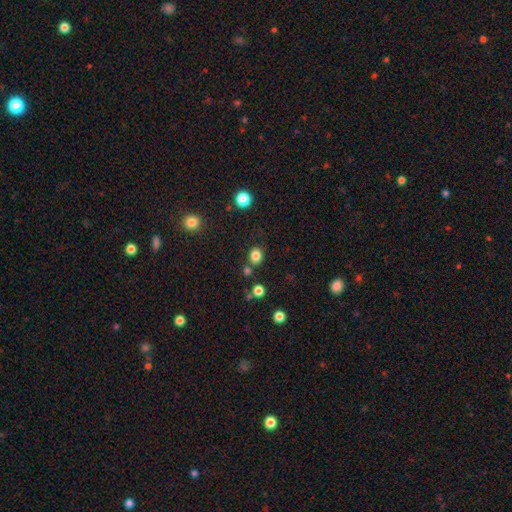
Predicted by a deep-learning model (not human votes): A smooth galaxy with no disk features (82%) that is round (66%).

Vote fractions:
- Smooth or featured? smooth: 82% / star or artifact: 13% / featured or disk: 5%
- How rounded? round: 66% / in between: 34% / cigar-shaped: 1%
- Merging? none: 76% / minor disturbance: 11% / merger: 10% / major disturbance: 3%